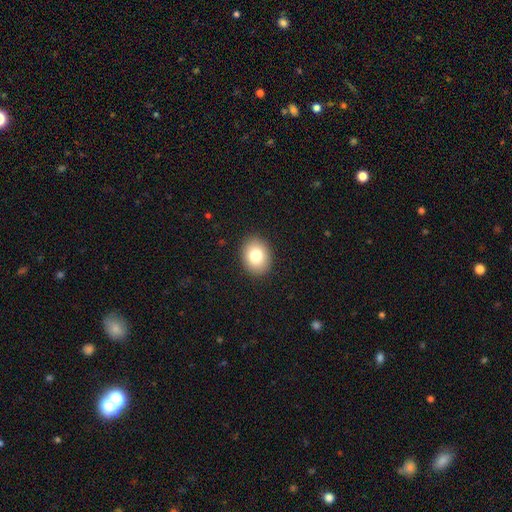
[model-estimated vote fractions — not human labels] Overall: smooth (79%). How rounded: in between (53%; round 46%). Merging: none (91%).